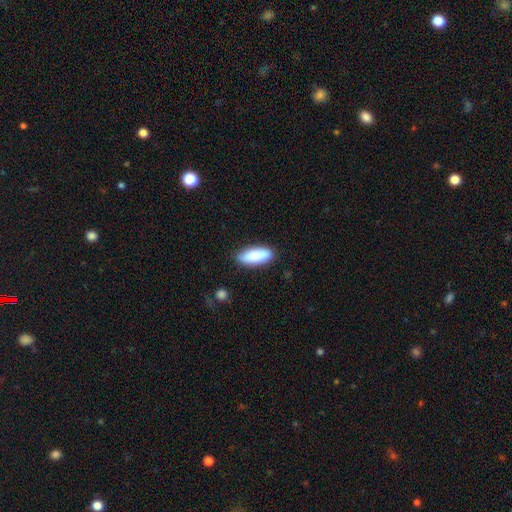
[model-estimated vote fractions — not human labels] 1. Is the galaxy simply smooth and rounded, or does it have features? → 82% smooth, 12% featured or disk, 6% star or artifact.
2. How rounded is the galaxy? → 70% in between, 28% cigar-shaped, 2% round.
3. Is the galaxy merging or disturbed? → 84% none, 12% minor disturbance, 2% major disturbance, 2% merger.